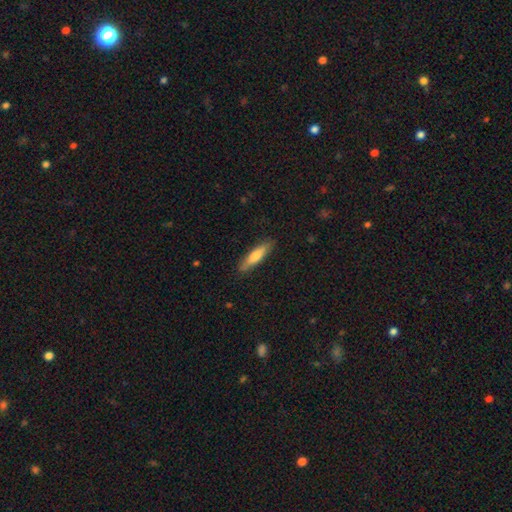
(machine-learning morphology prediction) smooth-or-featured: smooth: 67% | featured or disk: 28% | star or artifact: 5%
  how-rounded: cigar-shaped: 80% | in between: 19% | round: 1%
  merging: none: 87% | minor disturbance: 10% | major disturbance: 2% | merger: 1%